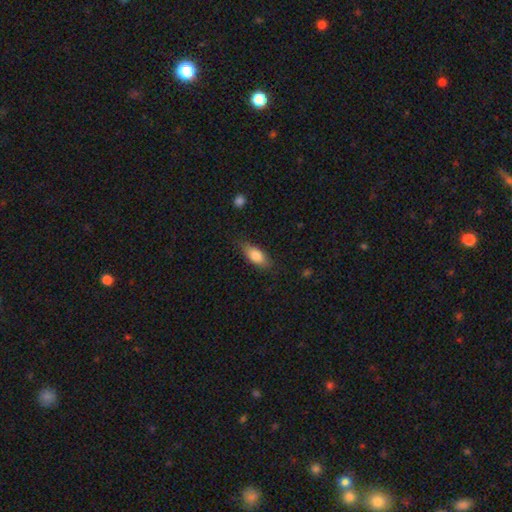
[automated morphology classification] smooth 78%, featured or disk 15%, star or artifact 7%. Down the decision tree: how rounded — in between (79%); merging — none (76%).